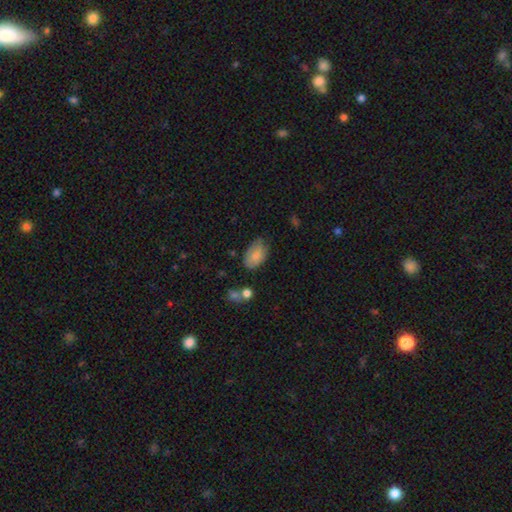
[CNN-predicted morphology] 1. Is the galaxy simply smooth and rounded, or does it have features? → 81% smooth, 12% featured or disk, 7% star or artifact.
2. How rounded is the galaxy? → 92% in between, 6% round, 1% cigar-shaped.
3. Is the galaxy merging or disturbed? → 62% none, 29% minor disturbance, 6% major disturbance, 3% merger.